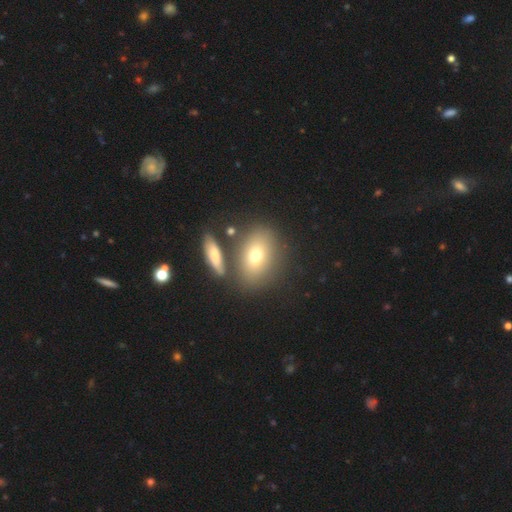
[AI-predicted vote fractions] Morphology: type=smooth (71%); roundness=in between (68%); merging=none (70%).